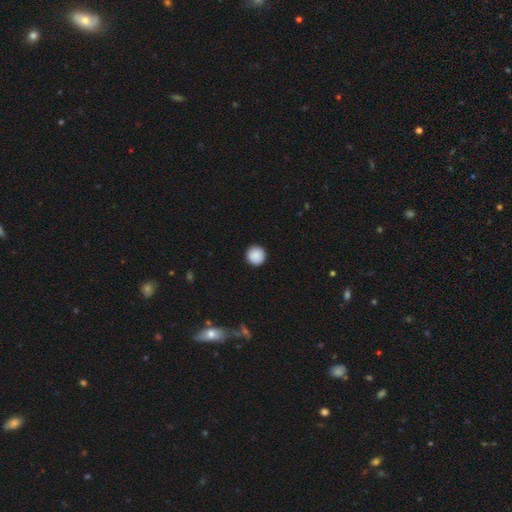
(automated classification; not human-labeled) A smooth galaxy with no disk features (90%) that is round (96%). Merging: none (93%).